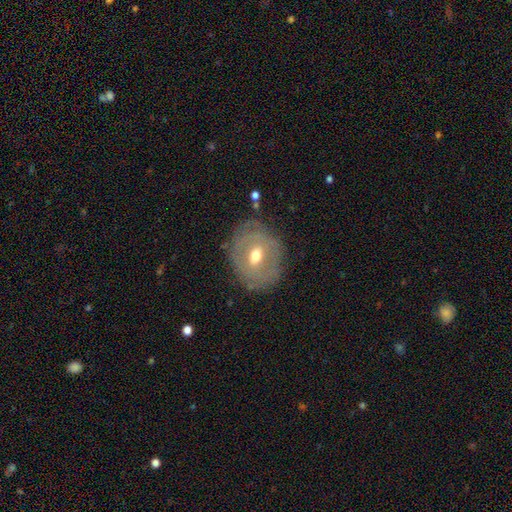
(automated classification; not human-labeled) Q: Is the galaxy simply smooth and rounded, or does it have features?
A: featured or disk — 56%.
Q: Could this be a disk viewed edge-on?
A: no — 93%.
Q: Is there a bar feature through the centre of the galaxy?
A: weak — 46%.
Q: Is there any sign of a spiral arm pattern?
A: no — 68%.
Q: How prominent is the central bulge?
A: moderate — 73%.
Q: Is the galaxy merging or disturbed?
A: none — 73%.